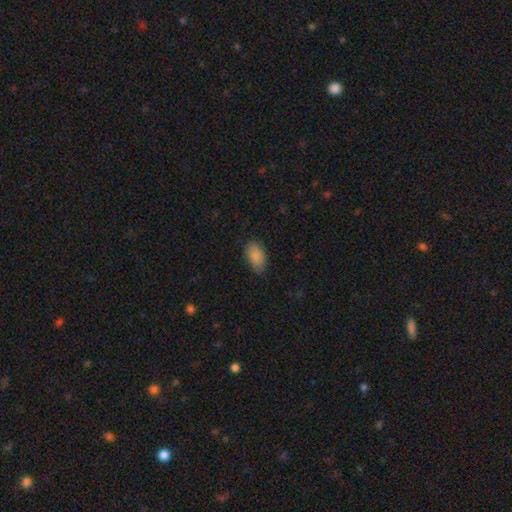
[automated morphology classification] The model was most divided on "merging": none: 75%, minor disturbance: 20%, major disturbance: 3%, merger: 1%. More confident: how rounded — in between (93%); smooth or featured — smooth (87%).